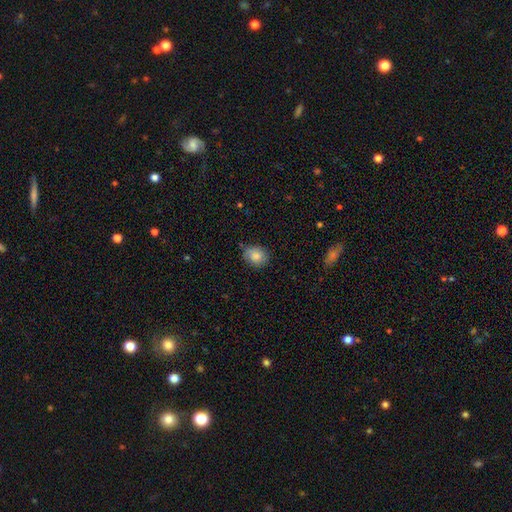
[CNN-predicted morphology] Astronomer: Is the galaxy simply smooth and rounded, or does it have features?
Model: smooth — 80%.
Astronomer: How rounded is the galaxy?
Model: round — 57% (runner-up: in between, 42%).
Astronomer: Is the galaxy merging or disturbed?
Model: none — 76%.